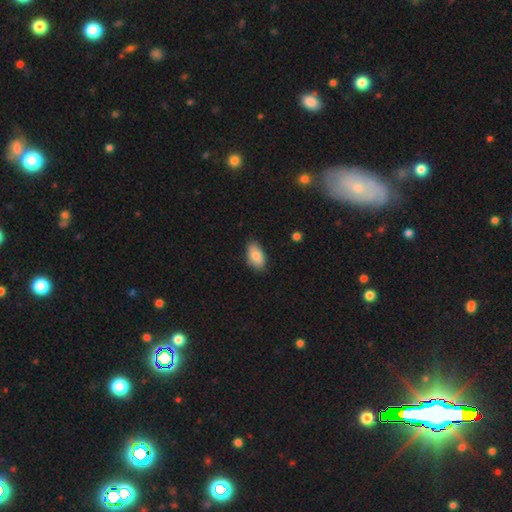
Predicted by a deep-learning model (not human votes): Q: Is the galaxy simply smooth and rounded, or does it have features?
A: smooth — 82%.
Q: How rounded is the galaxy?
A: in between — 93%.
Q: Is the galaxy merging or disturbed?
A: none — 80%.